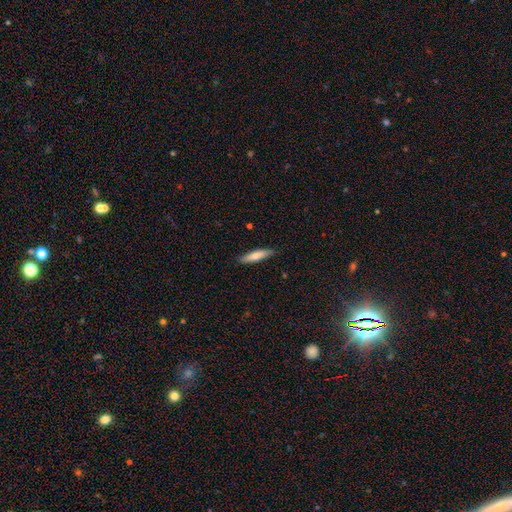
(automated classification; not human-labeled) Overall: smooth (67%; featured or disk 28%). How rounded: cigar-shaped (80%). Merging: none (89%).